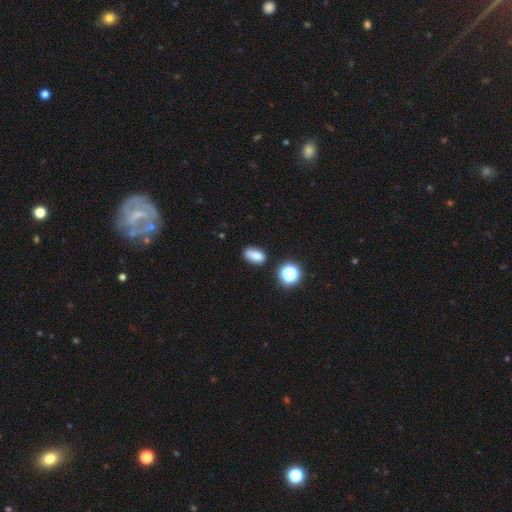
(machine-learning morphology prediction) smooth-or-featured: smooth: 80% | star or artifact: 13% | featured or disk: 7%
  how-rounded: in between: 83% | round: 12% | cigar-shaped: 5%
  merging: none: 71% | minor disturbance: 19% | merger: 6% | major disturbance: 5%